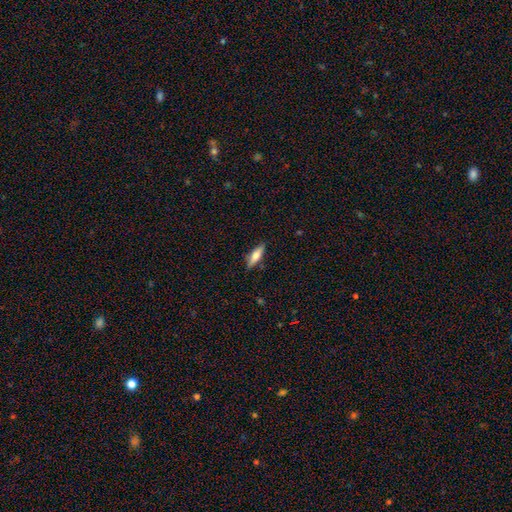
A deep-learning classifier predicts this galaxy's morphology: smooth-or-featured: smooth: 60% | featured or disk: 33% | star or artifact: 7%
  how-rounded: cigar-shaped: 55% | in between: 43% | round: 2%
  merging: none: 85% | minor disturbance: 11% | major disturbance: 2% | merger: 1%